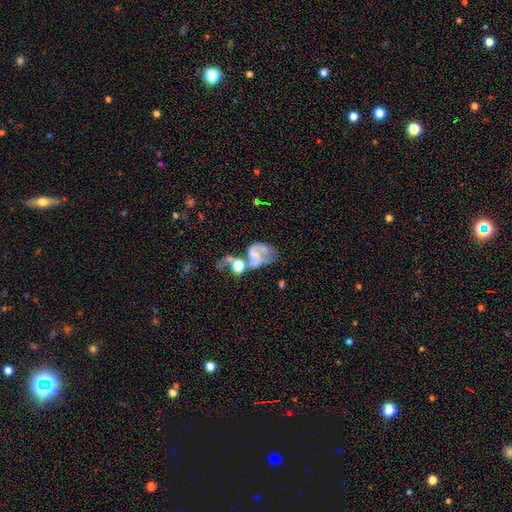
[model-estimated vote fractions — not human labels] Smooth or featured?
  - featured or disk: 57% *
  - smooth: 30%
  - star or artifact: 13%
Edge-on disk?
  - no: 97% *
  - yes: 3%
Bar?
  - no: 72% *
  - weak: 20%
  - strong: 8%
Spiral arms?
  - yes: 54% *
  - no: 46%
Bulge size?
  - none: 57% *
  - small: 20%
  - moderate: 15%
  - large: 6%
  - dominant: 3%
Merging?
  - merger: 35% *
  - major disturbance: 34%
  - none: 17%
  - minor disturbance: 13%